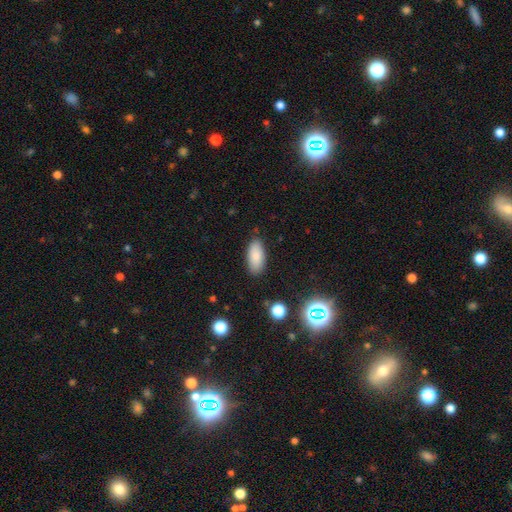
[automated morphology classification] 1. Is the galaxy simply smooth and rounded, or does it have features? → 86% smooth, 8% star or artifact, 7% featured or disk.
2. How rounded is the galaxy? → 88% in between, 10% cigar-shaped, 2% round.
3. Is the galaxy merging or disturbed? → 86% none, 11% minor disturbance, 2% major disturbance, 1% merger.